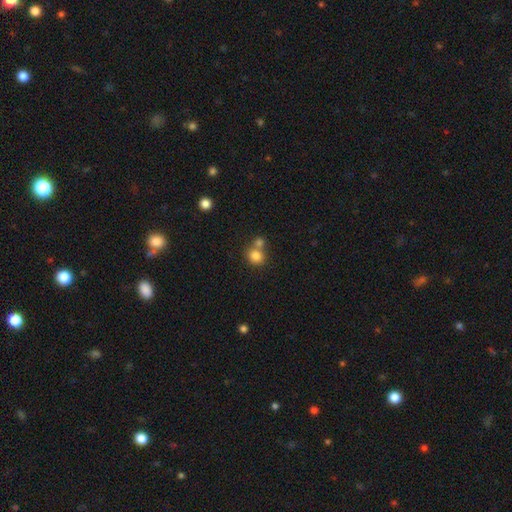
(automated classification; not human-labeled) Overall: smooth (81%). How rounded: round (84%). Merging: none (51%; merger 38%).